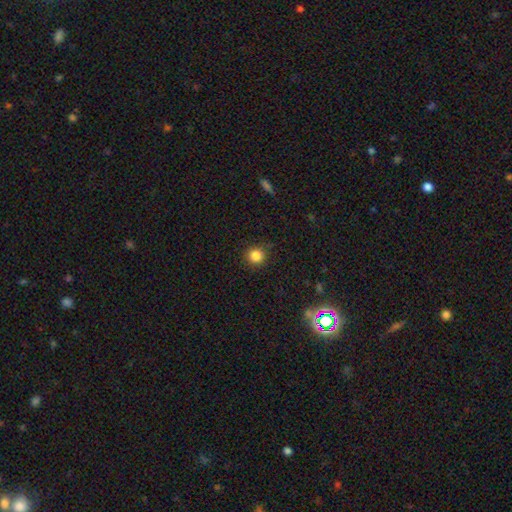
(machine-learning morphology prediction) A smooth galaxy with no disk features (84%) that is round (93%).

Vote fractions:
- Smooth or featured? smooth: 84% / star or artifact: 12% / featured or disk: 4%
- How rounded? round: 93% / in between: 6% / cigar-shaped: 1%
- Merging? none: 89% / minor disturbance: 7% / major disturbance: 2% / merger: 1%